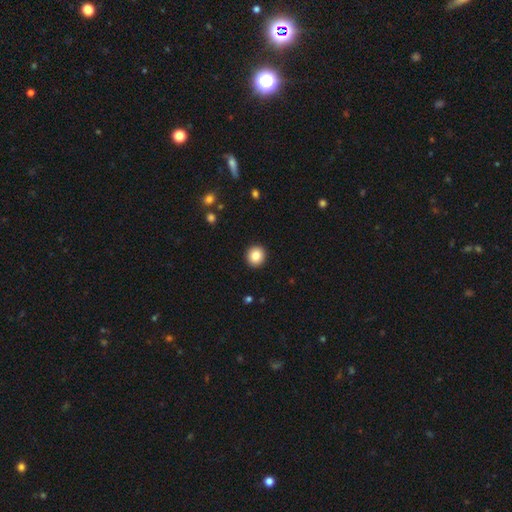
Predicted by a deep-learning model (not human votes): smooth 85%, star or artifact 9%, featured or disk 6%. Down the decision tree: how rounded — round (91%); merging — none (93%).